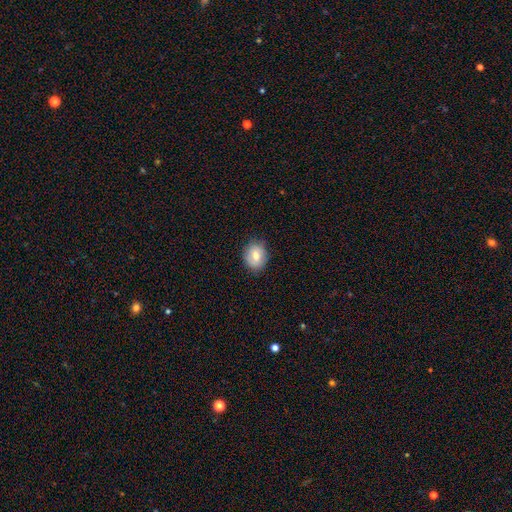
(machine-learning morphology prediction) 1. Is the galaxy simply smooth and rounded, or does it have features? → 73% smooth, 19% featured or disk, 8% star or artifact.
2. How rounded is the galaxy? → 66% round, 33% in between, 1% cigar-shaped.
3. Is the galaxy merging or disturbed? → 83% none, 14% minor disturbance, 3% major disturbance, 1% merger.